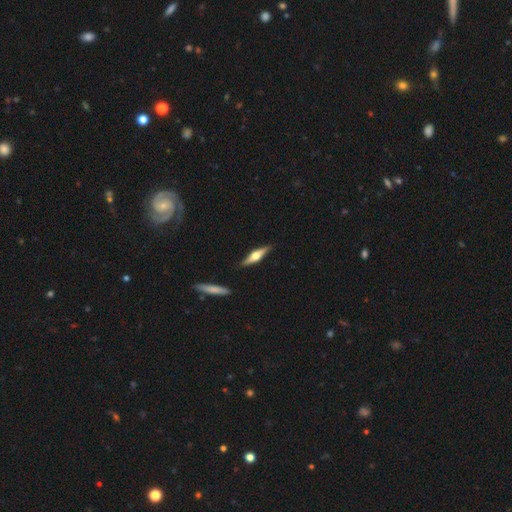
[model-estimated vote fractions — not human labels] Q: Smooth or featured?
A: featured or disk (62%); runner-up: smooth (33%)
Q: Edge-on disk?
A: yes (96%); runner-up: no (4%)
Q: Edge-on bulge?
A: rounded (94%); runner-up: boxy (4%)
Q: Merging?
A: none (88%); runner-up: minor disturbance (8%)